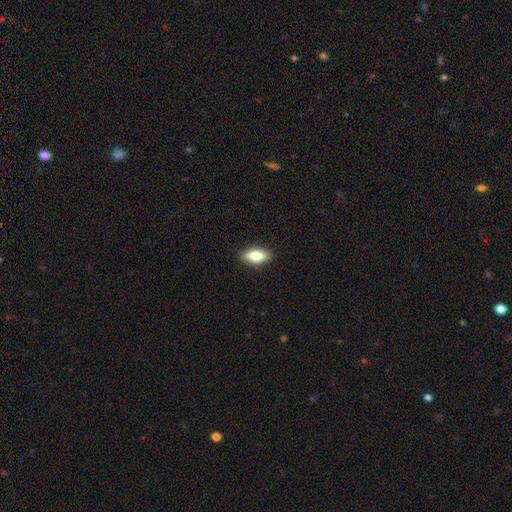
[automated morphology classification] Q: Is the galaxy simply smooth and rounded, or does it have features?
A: smooth — 73%.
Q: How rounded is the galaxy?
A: in between — 84%.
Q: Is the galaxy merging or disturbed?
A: none — 89%.